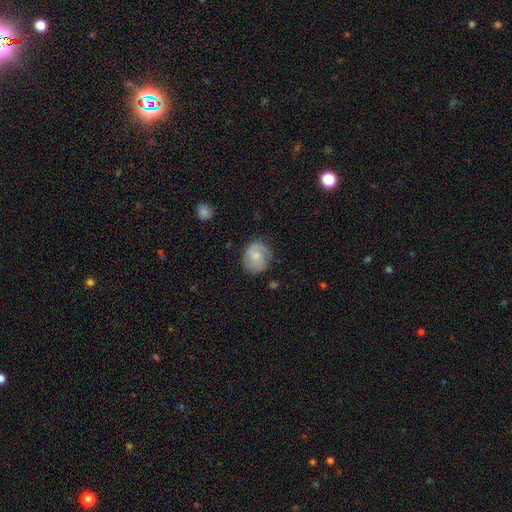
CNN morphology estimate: Q: Smooth or featured?
A: featured or disk (47%); runner-up: smooth (46%)
Q: Merging?
A: none (66%); runner-up: minor disturbance (23%)